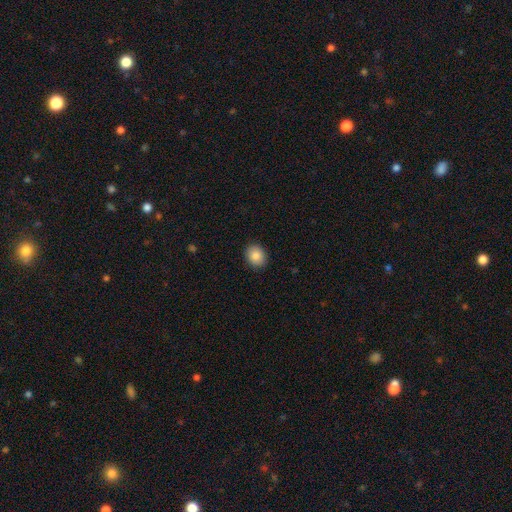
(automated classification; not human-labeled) smooth-or-featured: smooth: 86% | star or artifact: 8% | featured or disk: 6%
  how-rounded: round: 57% | in between: 42% | cigar-shaped: 1%
  merging: none: 90% | minor disturbance: 7% | major disturbance: 2% | merger: 1%